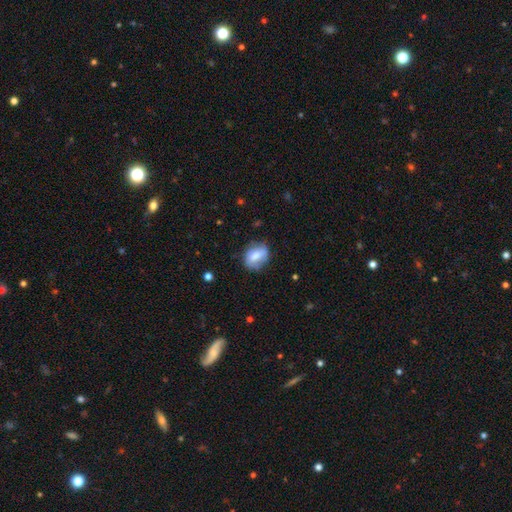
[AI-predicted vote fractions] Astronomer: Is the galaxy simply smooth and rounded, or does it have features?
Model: smooth — 65%.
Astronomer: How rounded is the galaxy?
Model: in between — 57% (runner-up: round, 41%).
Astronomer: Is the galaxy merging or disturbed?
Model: none — 69%.